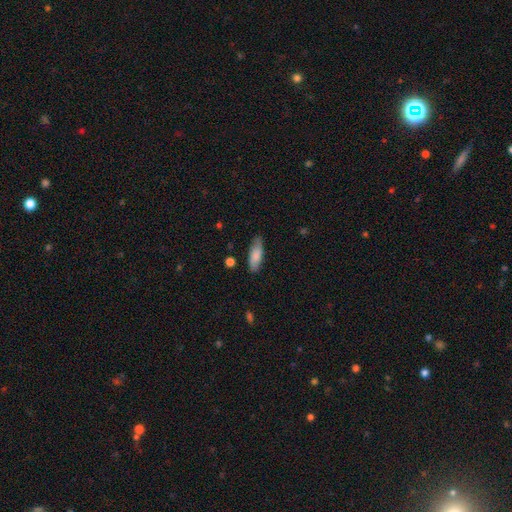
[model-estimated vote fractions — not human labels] This is clearly a smooth galaxy (82%). How rounded: likely in between (60%). Merging: likely none (79%).